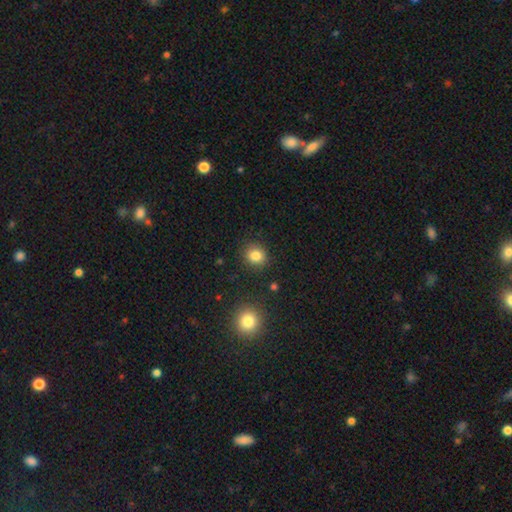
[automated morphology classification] Smooth or featured? smooth (83%)
How rounded? round (81%)
Merging? none (88%)